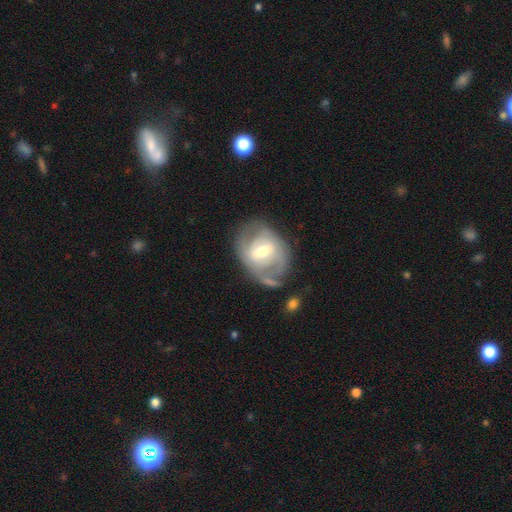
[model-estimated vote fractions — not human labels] Smooth or featured? Predicted: featured or disk (p=0.69). Edge-on disk? Predicted: no (p=0.95). Bar? Predicted: weak (p=0.50). Spiral arms? Predicted: yes (p=0.65). Bulge size? Predicted: moderate (p=0.63). Merging? Predicted: none (p=0.54).